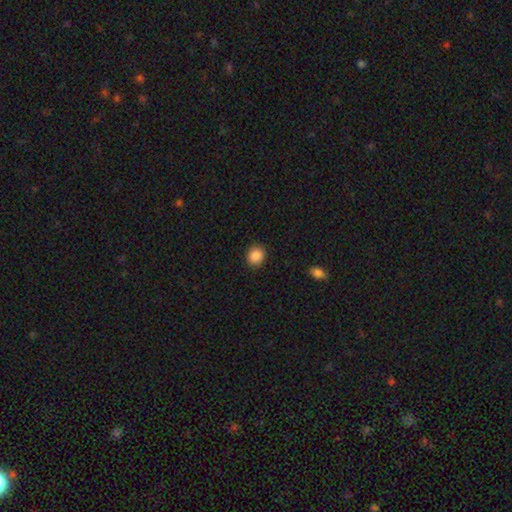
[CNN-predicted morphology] A smooth galaxy with no disk features (88%) that is round (71%). Merging: none (89%).